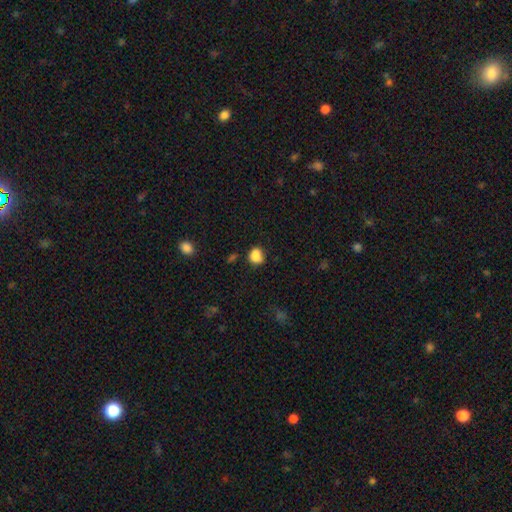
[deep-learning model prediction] Smooth or featured? Predicted: smooth (p=0.85). How rounded? Predicted: round (p=0.57). Merging? Predicted: none (p=0.65).